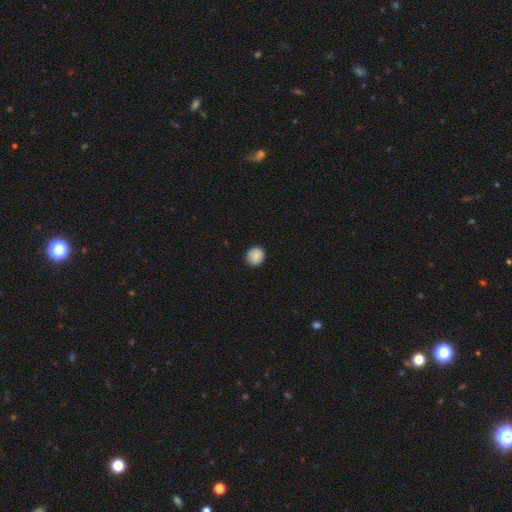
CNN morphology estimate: The model was most divided on "how rounded": round: 89%, in between: 10%, cigar-shaped: 1%. More confident: merging — none (90%); smooth or featured — smooth (87%).